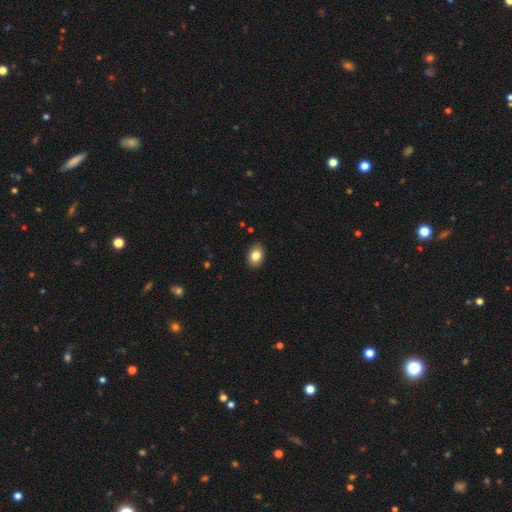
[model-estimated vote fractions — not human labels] Morphology: type=smooth (83%); roundness=in between (81%); merging=none (87%).